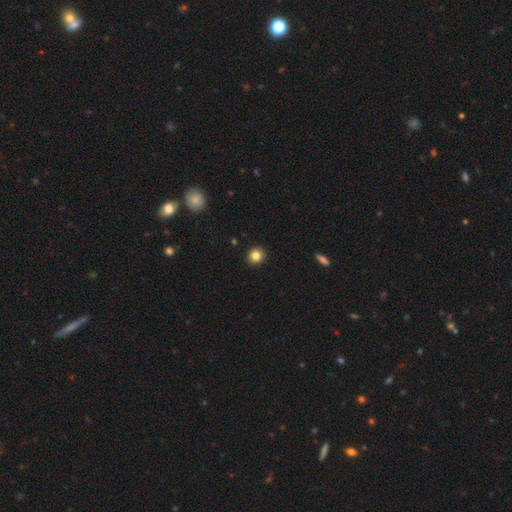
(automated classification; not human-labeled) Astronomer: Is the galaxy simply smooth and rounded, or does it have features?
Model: smooth — 83%.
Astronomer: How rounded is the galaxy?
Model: round — 92%.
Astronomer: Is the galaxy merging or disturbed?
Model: none — 93%.